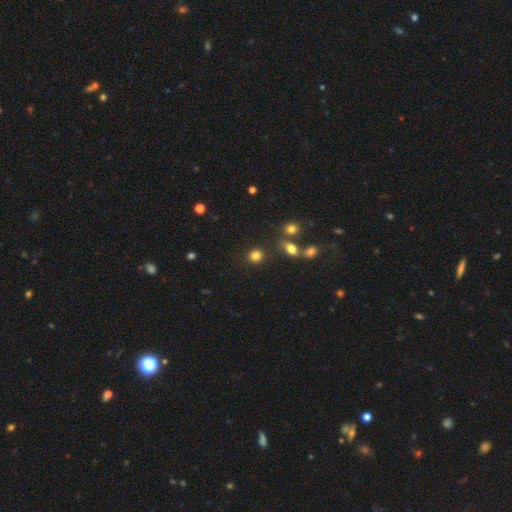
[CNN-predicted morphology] This is clearly a smooth galaxy (82%). How rounded: clearly round (86%). Merging: clearly none (82%).